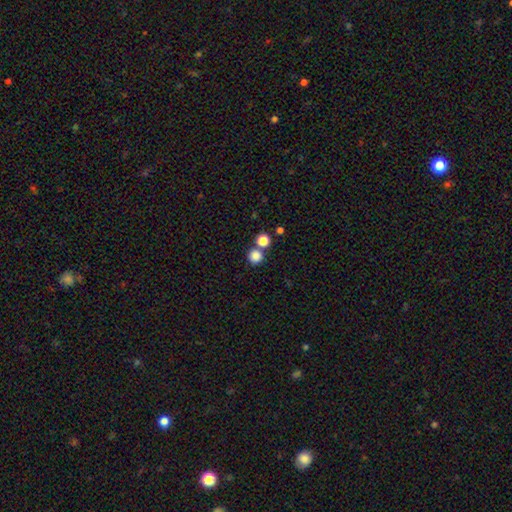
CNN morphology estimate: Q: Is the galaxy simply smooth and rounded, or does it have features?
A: smooth — 83%.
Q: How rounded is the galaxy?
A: round — 93%.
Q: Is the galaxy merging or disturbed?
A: none — 68%.